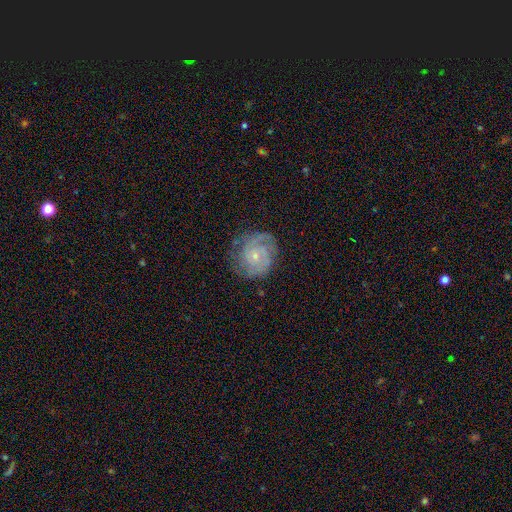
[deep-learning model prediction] This appears to be a featured or disk galaxy (78%) with no bar (78%), 2 (34%) tight (60%) spiral arms (93%) and a small central bulge (76%). Merging: none (71%).